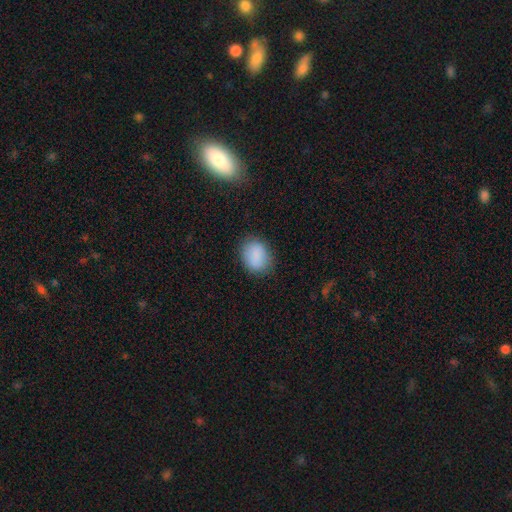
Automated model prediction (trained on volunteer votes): smooth 87%, star or artifact 8%, featured or disk 5%. Down the decision tree: how rounded — in between (54%); merging — none (81%).